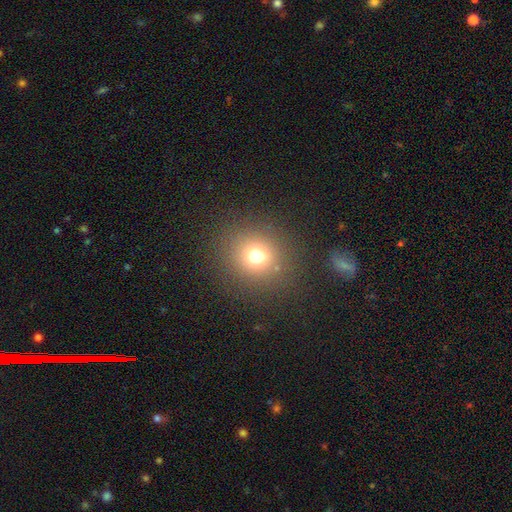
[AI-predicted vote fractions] Smooth or featured?
  - smooth: 71% *
  - star or artifact: 19%
  - featured or disk: 10%
How rounded?
  - round: 84% *
  - in between: 15%
  - cigar-shaped: 1%
Merging?
  - none: 85% *
  - minor disturbance: 8%
  - major disturbance: 5%
  - merger: 2%